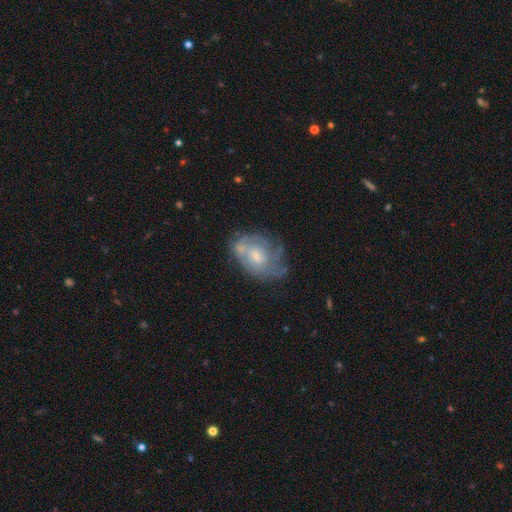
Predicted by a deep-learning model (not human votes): A featured or disk galaxy (70%) with no bar (62%), tight (52%) spiral arms (75%) and a small central bulge (52%).

Vote fractions:
- Smooth or featured? featured or disk: 70% / smooth: 23% / star or artifact: 7%
- Edge-on disk? no: 97% / yes: 3%
- Bar? no: 62% / weak: 33% / strong: 4%
- Spiral arms? yes: 75% / no: 25%
- Spiral winding? tight: 52% / medium: 34% / loose: 13%
- Spiral arm count? can't tell: 49% / 2: 24% / 3: 12% / 1: 8% / 4: 4% / more than 4: 3%
- Bulge size? small: 52% / moderate: 40% / none: 4% / large: 3% / dominant: 1%
- Merging? none: 50% / minor disturbance: 27% / major disturbance: 17% / merger: 6%